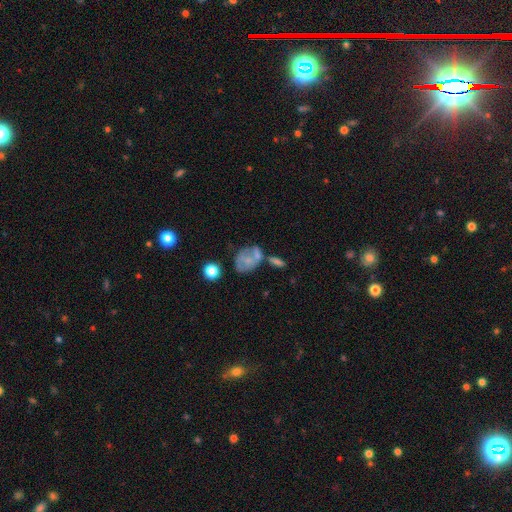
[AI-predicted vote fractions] smooth_or_featured: featured or disk (p=0.46) [alt: smooth p=0.42]
merging: none (p=0.36) [alt: merger p=0.32]